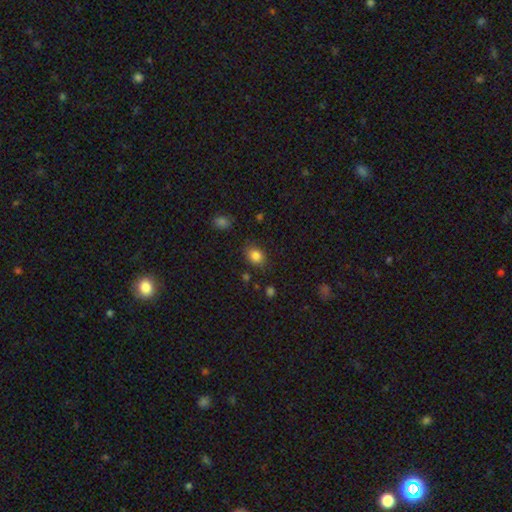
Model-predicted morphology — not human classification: Smooth or featured? smooth (84%)
How rounded? in between (58%)
Merging? none (81%)